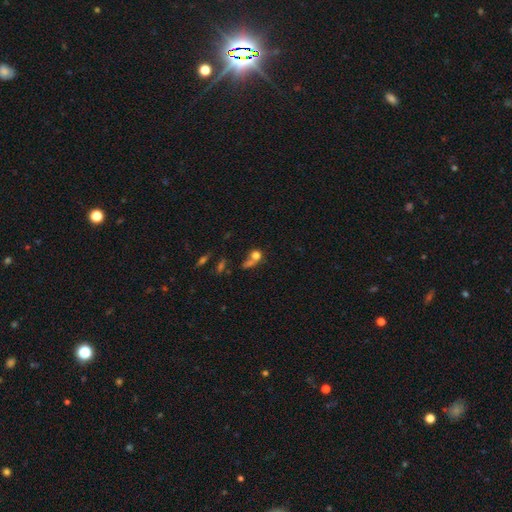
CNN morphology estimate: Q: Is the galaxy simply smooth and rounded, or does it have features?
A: smooth — 68%.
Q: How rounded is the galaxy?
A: round — 70%.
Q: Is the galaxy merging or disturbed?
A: merger — 42%.